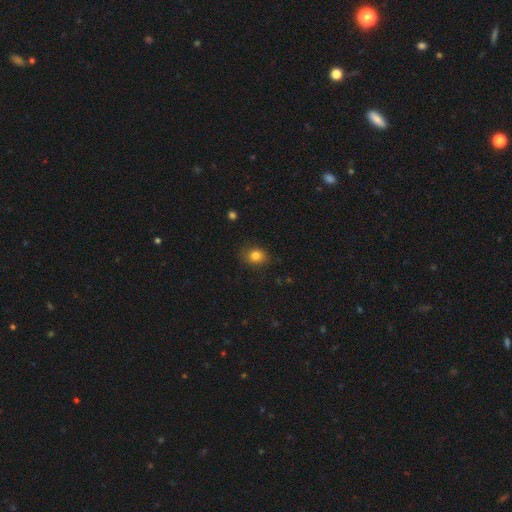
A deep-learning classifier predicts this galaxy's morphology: The model was most divided on "how rounded": in between: 52%, round: 47%, cigar-shaped: 1%. More confident: merging — none (82%); smooth or featured — smooth (81%).